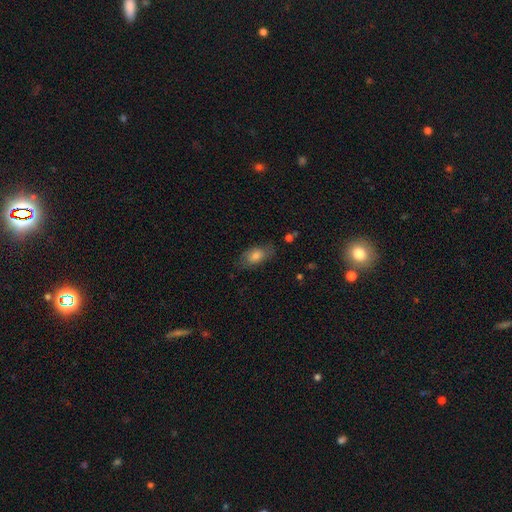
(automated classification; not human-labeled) smooth-or-featured: smooth: 72% | featured or disk: 17% | star or artifact: 11%
  how-rounded: in between: 85% | round: 9% | cigar-shaped: 6%
  merging: none: 73% | minor disturbance: 19% | major disturbance: 6% | merger: 2%